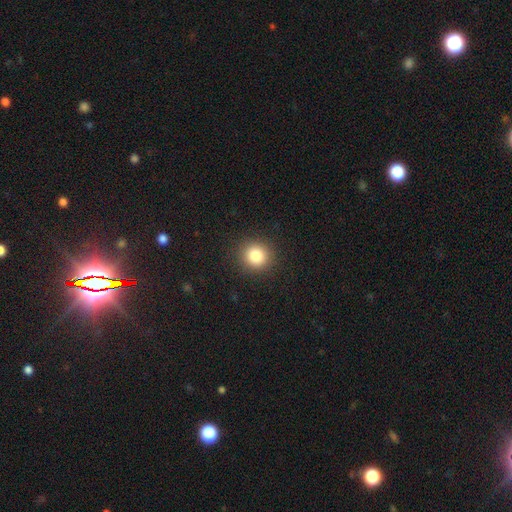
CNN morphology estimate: This is clearly a smooth galaxy (84%). How rounded: clearly round (90%). Merging: clearly none (91%).